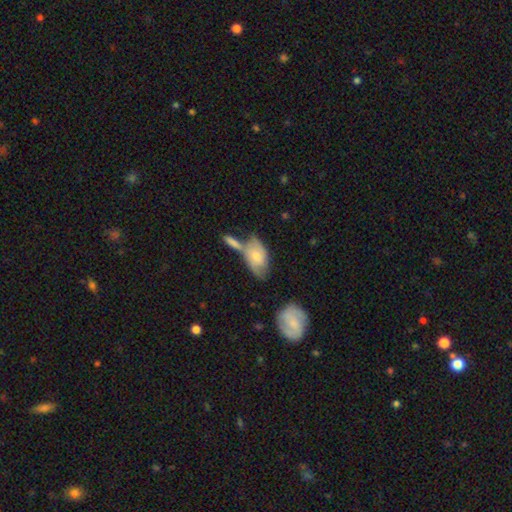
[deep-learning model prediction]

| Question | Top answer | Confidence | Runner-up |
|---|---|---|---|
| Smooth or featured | smooth | 58% | featured or disk (35%) |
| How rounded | in between | 89% | round (6%) |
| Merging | merger | 35% | none (34%) |